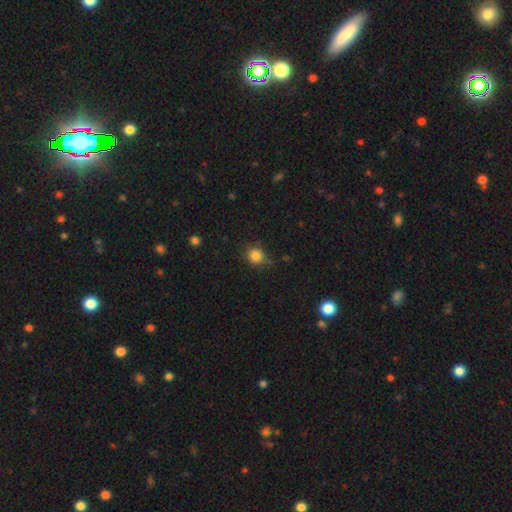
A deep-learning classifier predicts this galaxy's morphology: Smooth or featured? smooth (84%)
How rounded? round (87%)
Merging? none (70%)